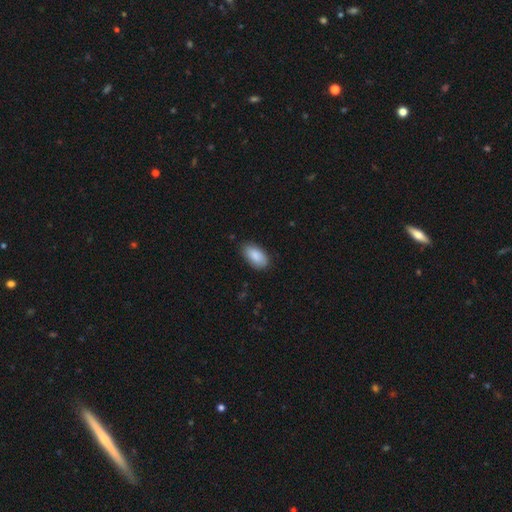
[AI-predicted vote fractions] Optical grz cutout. It shows a smooth galaxy with no disk features (89%) that is in between round and cigar-shaped (94%). Merging: none (80%).